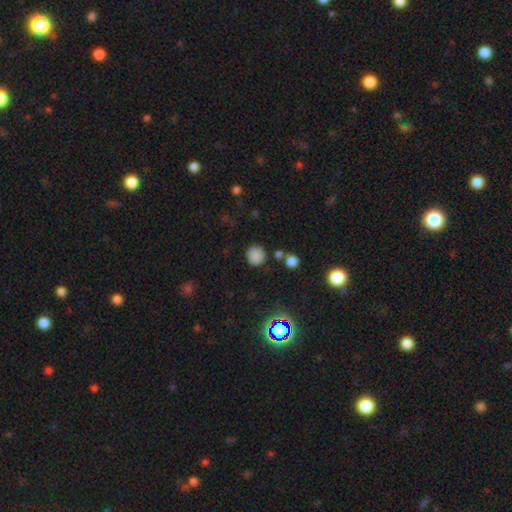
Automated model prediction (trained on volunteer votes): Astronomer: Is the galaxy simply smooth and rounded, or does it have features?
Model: smooth — 82%.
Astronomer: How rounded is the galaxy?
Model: round — 92%.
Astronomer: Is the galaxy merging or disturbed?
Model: none — 82%.